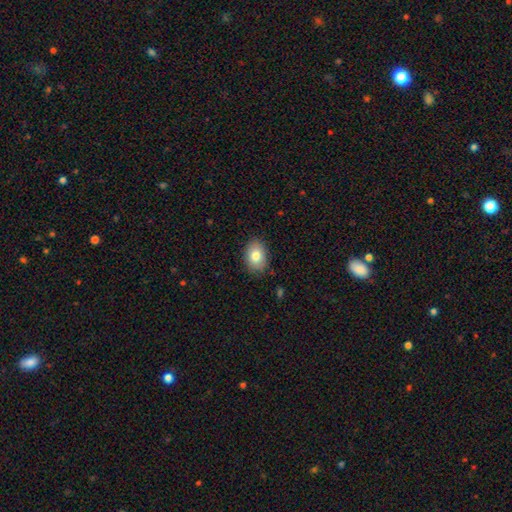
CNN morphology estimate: type=smooth (81%); roundness=in between (75%); merging=none (85%).